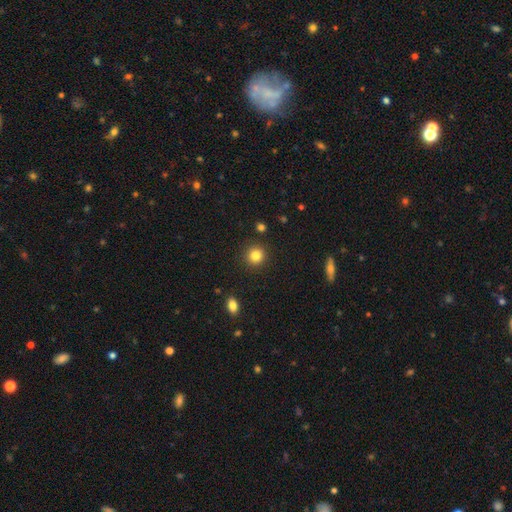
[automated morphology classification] A smooth galaxy with no disk features (83%) that is round (92%).

Vote fractions:
- Smooth or featured? smooth: 83% / star or artifact: 11% / featured or disk: 6%
- How rounded? round: 92% / in between: 7% / cigar-shaped: 1%
- Merging? none: 91% / minor disturbance: 6% / major disturbance: 2% / merger: 2%